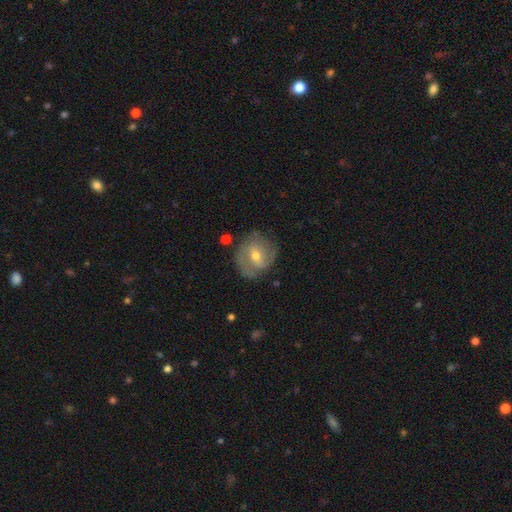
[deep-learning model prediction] Smooth or featured: featured or disk — 65% (smooth — 28%)
Edge-on disk: no — 96% (yes — 4%)
Bar: weak — 48% (no — 34%)
Spiral arms: yes — 80% (no — 20%)
Spiral winding: medium — 43% (tight — 36%)
Spiral arm count: 2 — 61% (can't tell — 22%)
Bulge size: moderate — 49% (small — 47%)
Merging: none — 68% (minor disturbance — 20%)